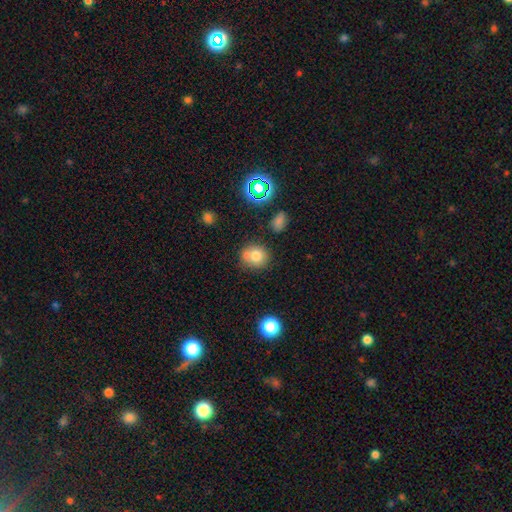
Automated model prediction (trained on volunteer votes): A smooth galaxy with no disk features (74%) that is round (77%). Merging: none (61%).